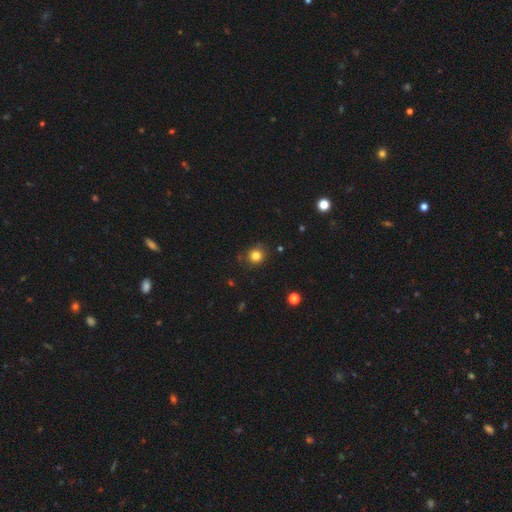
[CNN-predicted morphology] The model was most divided on "smooth or featured": smooth: 82%, star or artifact: 13%, featured or disk: 5%. More confident: how rounded — round (90%); merging — none (85%).